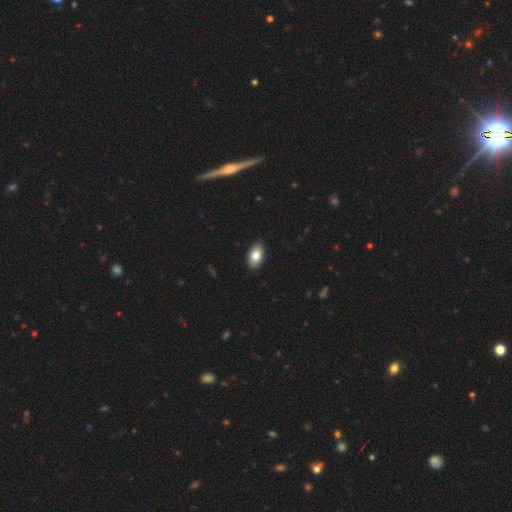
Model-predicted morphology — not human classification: Smooth or featured? Predicted: smooth (p=0.80). How rounded? Predicted: in between (p=0.93). Merging? Predicted: none (p=0.88).